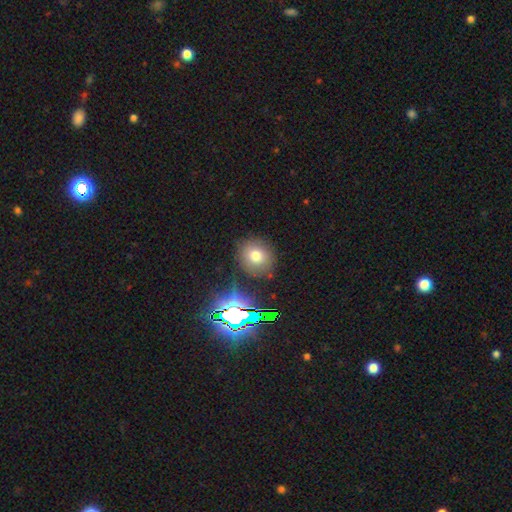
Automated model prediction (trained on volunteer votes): Morphology: type=smooth (70%); roundness=round (77%); merging=none (83%).